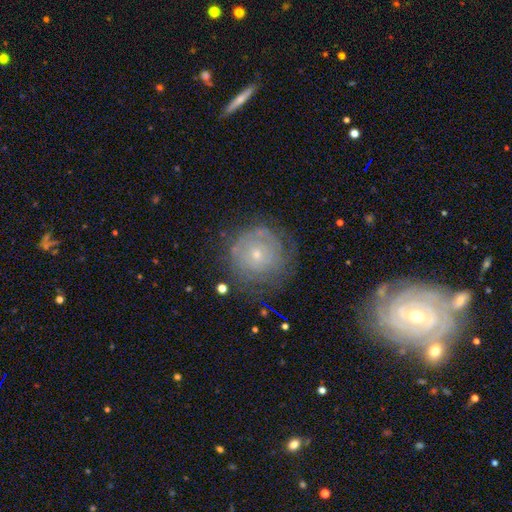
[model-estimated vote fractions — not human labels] featured or disk 59%, smooth 27%, star or artifact 14%. Down the decision tree: edge-on disk — no (95%); bar — no (82%); spiral arms — yes (79%); bulge size — small (71%); merging — none (77%).